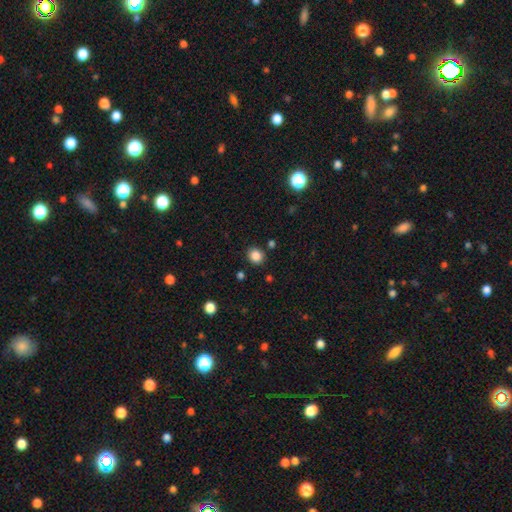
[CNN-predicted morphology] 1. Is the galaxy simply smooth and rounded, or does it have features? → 86% smooth, 11% star or artifact, 3% featured or disk.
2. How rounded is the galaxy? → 80% round, 20% in between, 1% cigar-shaped.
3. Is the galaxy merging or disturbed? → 87% none, 7% minor disturbance, 3% merger, 2% major disturbance.